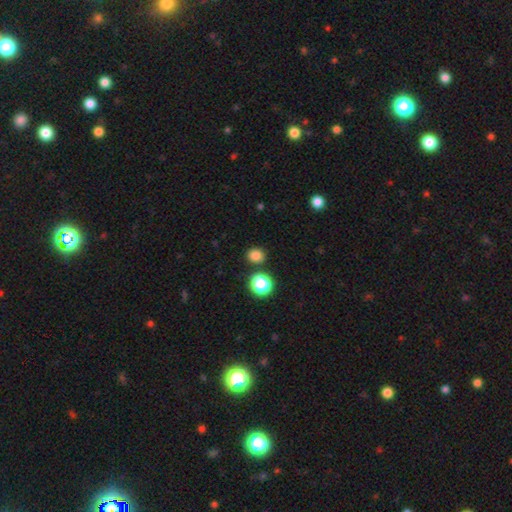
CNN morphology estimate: Smooth or featured? smooth (81%)
How rounded? round (80%)
Merging? none (84%)